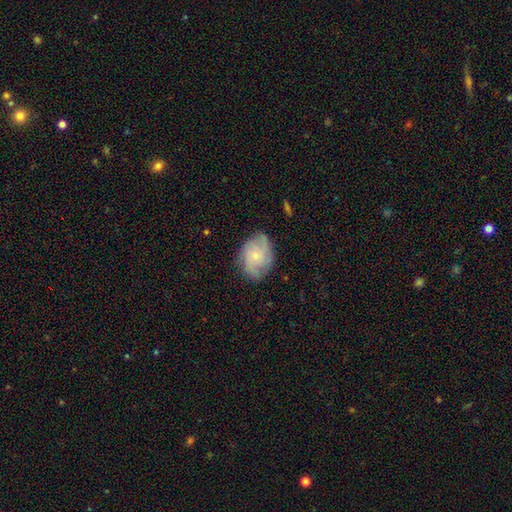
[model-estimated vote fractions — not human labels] Smooth or featured? Predicted: featured or disk (p=0.51). Edge-on disk? Predicted: no (p=0.97). Merging? Predicted: none (p=0.70).